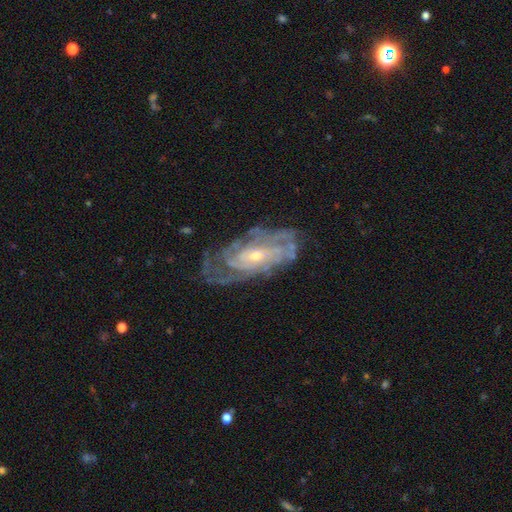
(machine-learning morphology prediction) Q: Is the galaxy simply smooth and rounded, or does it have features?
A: featured or disk — 86%.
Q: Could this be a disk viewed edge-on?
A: no — 93%.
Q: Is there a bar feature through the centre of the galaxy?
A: no — 60%.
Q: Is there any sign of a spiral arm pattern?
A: yes — 93%.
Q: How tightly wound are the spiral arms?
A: tight — 66%.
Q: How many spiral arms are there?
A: can't tell — 42%.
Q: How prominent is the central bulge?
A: small — 64%.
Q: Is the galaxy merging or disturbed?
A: none — 66%.